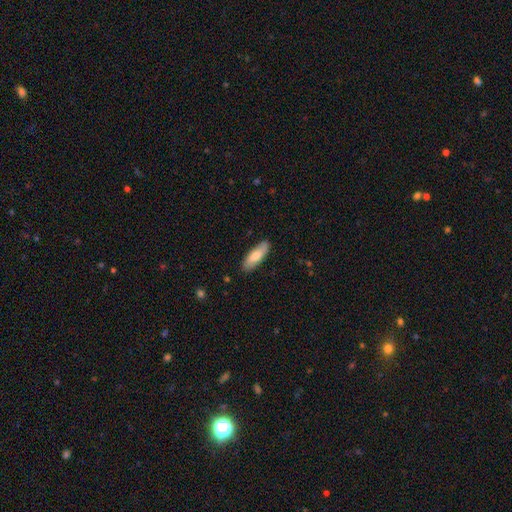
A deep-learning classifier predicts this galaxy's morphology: Overall: smooth (76%). How rounded: in between (60%; cigar-shaped 38%). Merging: none (86%).